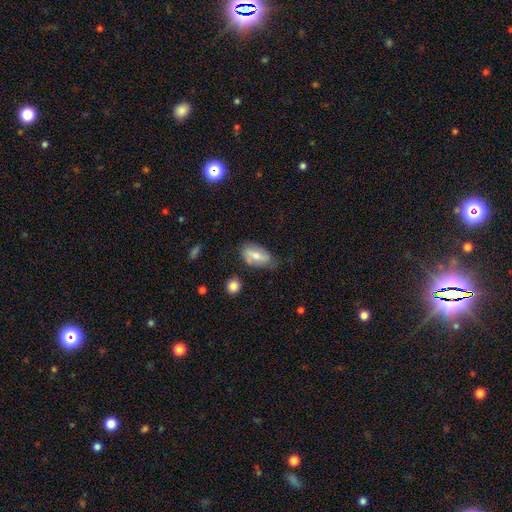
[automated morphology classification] type=smooth (59%); roundness=in between (91%); merging=none (61%).